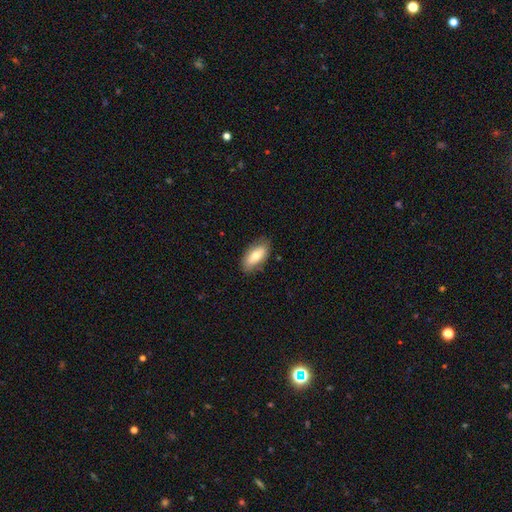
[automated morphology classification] Smooth or featured? Predicted: smooth (p=0.71). How rounded? Predicted: in between (p=0.88). Merging? Predicted: none (p=0.79).